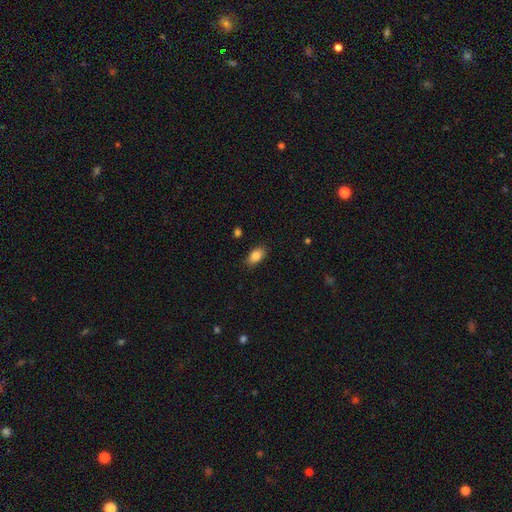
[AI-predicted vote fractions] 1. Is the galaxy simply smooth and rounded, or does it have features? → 86% smooth, 8% star or artifact, 6% featured or disk.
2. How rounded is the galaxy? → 89% in between, 9% round, 2% cigar-shaped.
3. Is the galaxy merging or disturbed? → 85% none, 12% minor disturbance, 3% major disturbance, 1% merger.